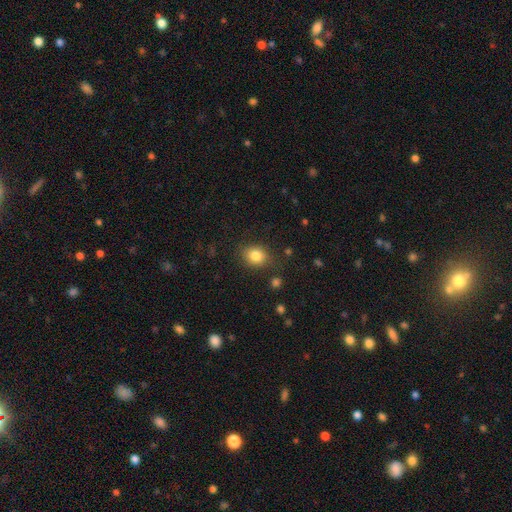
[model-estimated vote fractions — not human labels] A smooth galaxy with no disk features (83%) that is round (55%).

Vote fractions:
- Smooth or featured? smooth: 83% / star or artifact: 11% / featured or disk: 7%
- How rounded? round: 55% / in between: 44% / cigar-shaped: 1%
- Merging? none: 79% / minor disturbance: 14% / major disturbance: 4% / merger: 2%